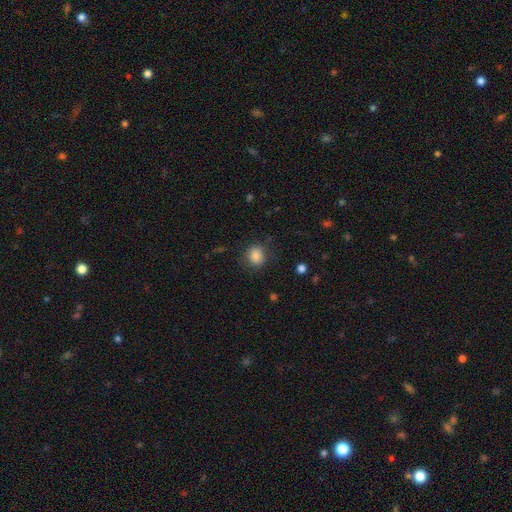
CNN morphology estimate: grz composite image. It shows a smooth galaxy with no disk features (85%) that is round (72%). Merging: none (80%).